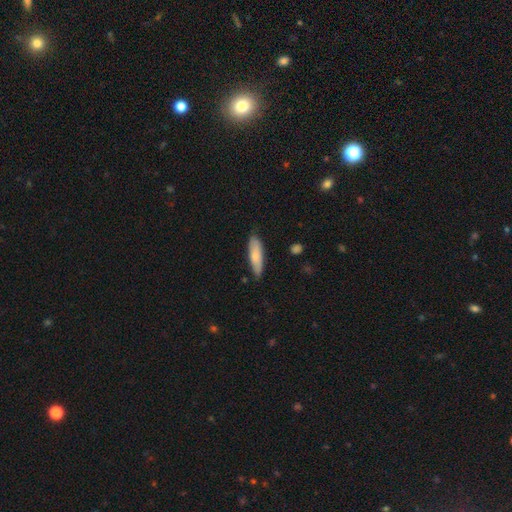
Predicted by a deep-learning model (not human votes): Smooth or featured? smooth (75%)
How rounded? cigar-shaped (56%)
Merging? none (79%)